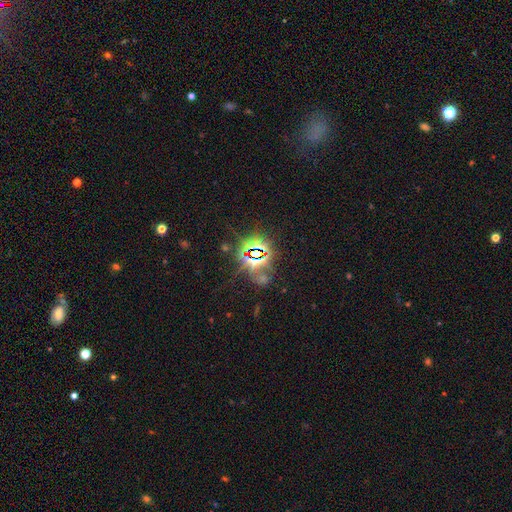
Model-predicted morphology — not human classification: star or artifact 81%, smooth 11%, featured or disk 8%.